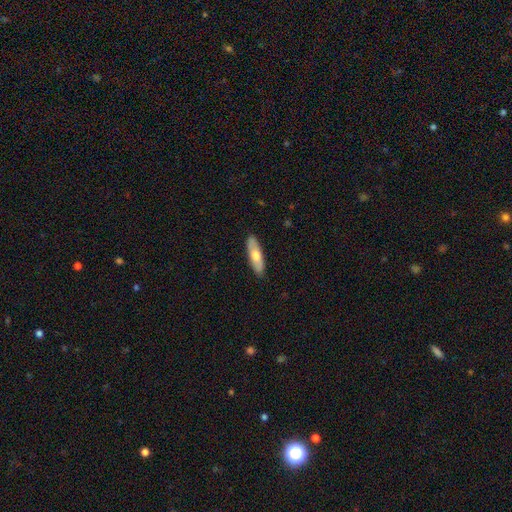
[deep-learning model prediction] A smooth galaxy with no disk features (61%) that is cigar-shaped (49%, tied with in between). Merging: none (88%).